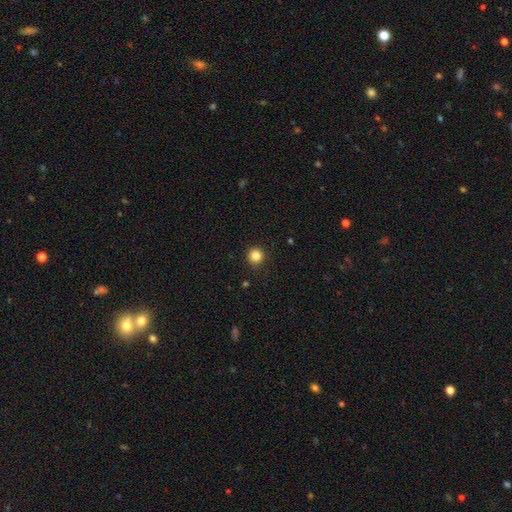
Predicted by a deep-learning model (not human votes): Overall: smooth (84%). How rounded: round (94%). Merging: none (91%).